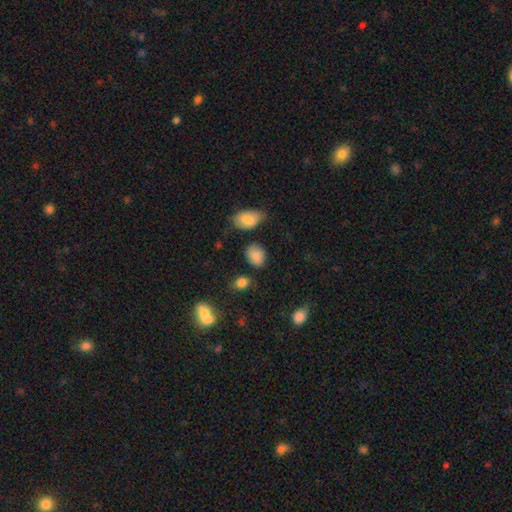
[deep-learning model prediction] A smooth galaxy with no disk features (86%) that is in between round and cigar-shaped (63%).

Vote fractions:
- Smooth or featured? smooth: 86% / star or artifact: 9% / featured or disk: 5%
- How rounded? in between: 63% / round: 35% / cigar-shaped: 1%
- Merging? none: 73% / minor disturbance: 18% / major disturbance: 5% / merger: 4%